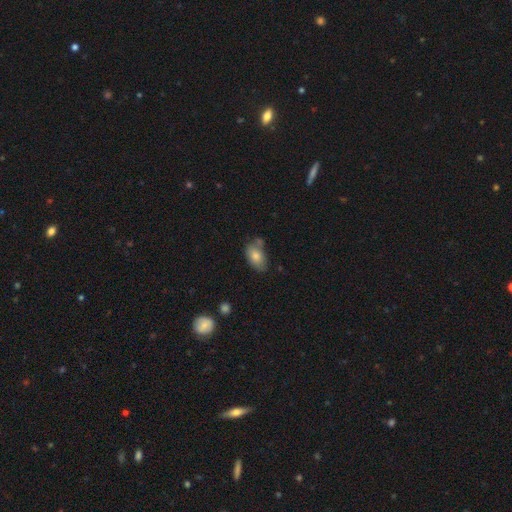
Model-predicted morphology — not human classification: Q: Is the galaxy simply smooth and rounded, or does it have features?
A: smooth — 78%.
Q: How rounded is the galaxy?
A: in between — 89%.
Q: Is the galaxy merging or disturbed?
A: none — 52%.